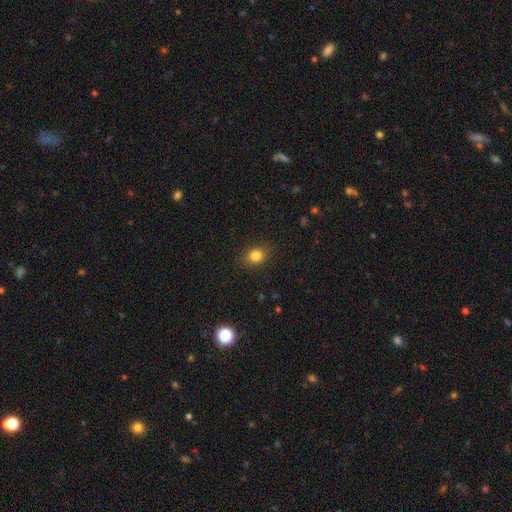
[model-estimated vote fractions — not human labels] The model was most divided on "how rounded": round: 59%, in between: 40%, cigar-shaped: 1%. More confident: merging — none (87%); smooth or featured — smooth (83%).